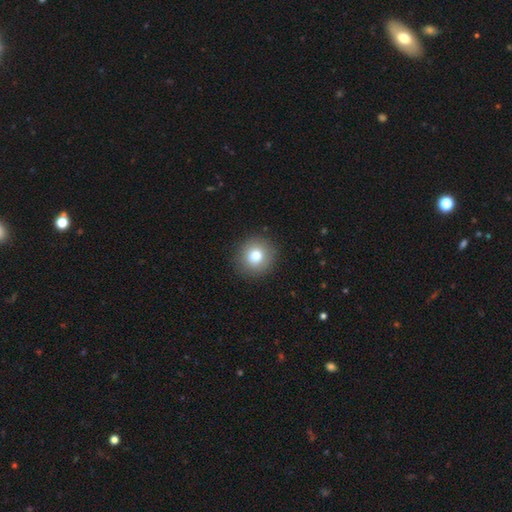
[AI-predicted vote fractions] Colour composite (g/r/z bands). It shows a smooth galaxy with no disk features (79%) that is round (92%). Merging: none (91%).